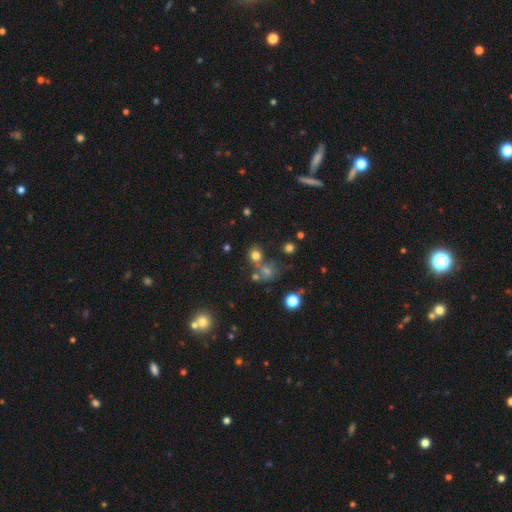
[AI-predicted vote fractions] The model was most divided on "merging": none: 61%, merger: 24%, minor disturbance: 10%, major disturbance: 5%. More confident: how rounded — round (82%); smooth or featured — smooth (71%).